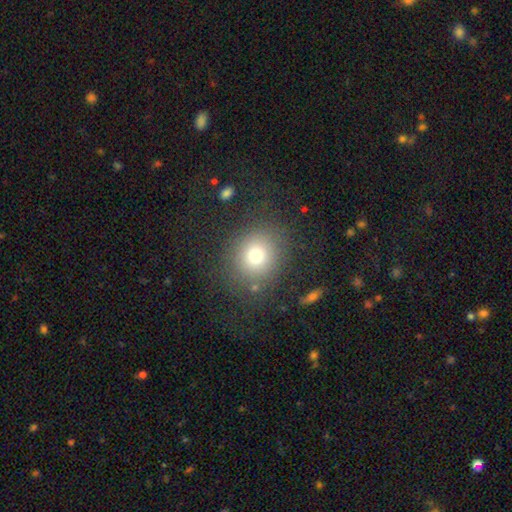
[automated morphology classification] type=smooth (74%); roundness=round (77%); merging=none (81%).